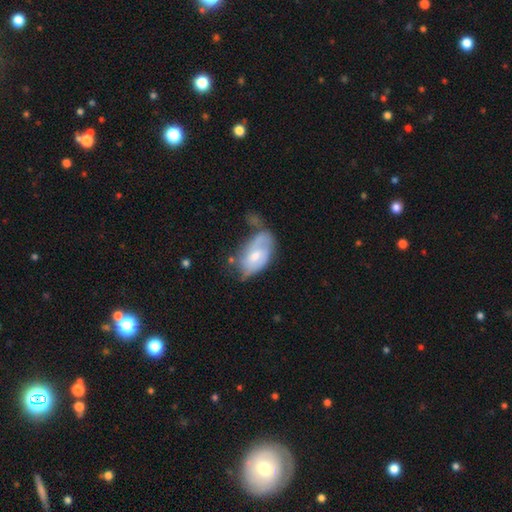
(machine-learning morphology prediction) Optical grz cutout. It shows a featured or disk galaxy (50%). Merging: none (34%).